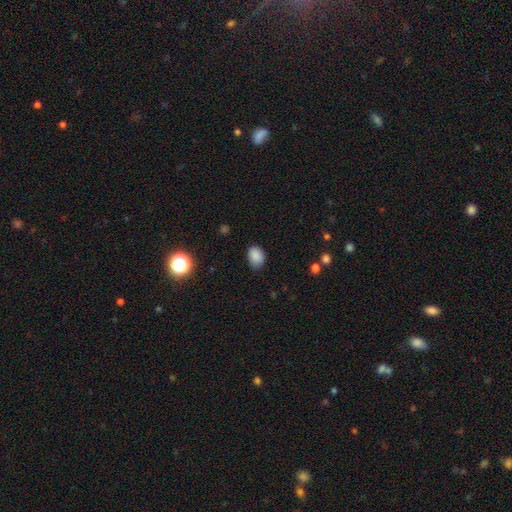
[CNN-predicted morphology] smooth 85%, star or artifact 11%, featured or disk 4%. Down the decision tree: how rounded — in between (73%); merging — none (76%).